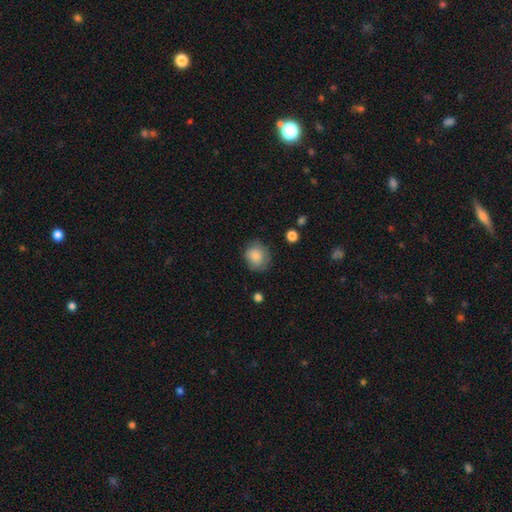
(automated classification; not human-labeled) Smooth or featured: smooth — 83% (featured or disk — 9%)
How rounded: round — 73% (in between — 26%)
Merging: none — 74% (minor disturbance — 20%)